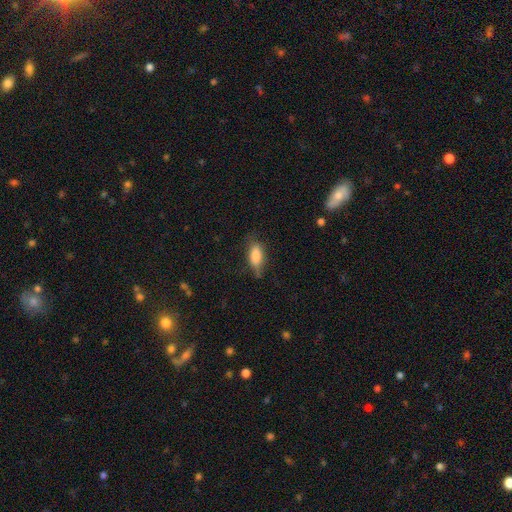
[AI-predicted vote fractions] Overall: smooth (78%). How rounded: in between (80%). Merging: none (62%; minor disturbance 28%).